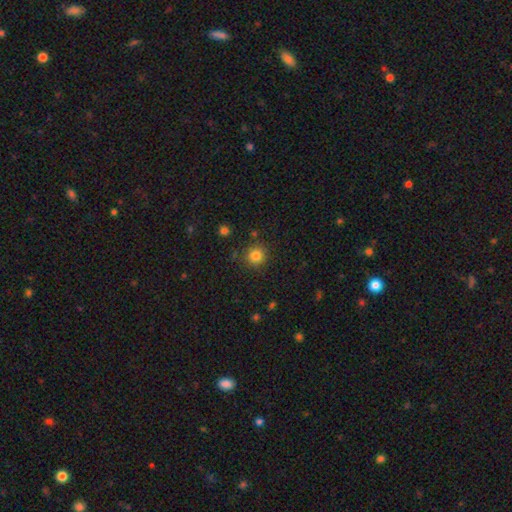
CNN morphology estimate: This appears to be a smooth galaxy with no disk features (82%) that is round (93%). Merging: none (87%).